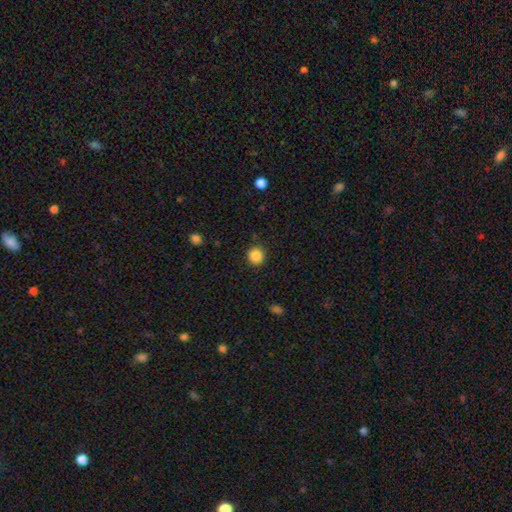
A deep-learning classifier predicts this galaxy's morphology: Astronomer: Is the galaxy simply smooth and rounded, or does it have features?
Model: smooth — 86%.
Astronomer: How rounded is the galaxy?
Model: round — 90%.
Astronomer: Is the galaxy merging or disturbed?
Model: none — 87%.